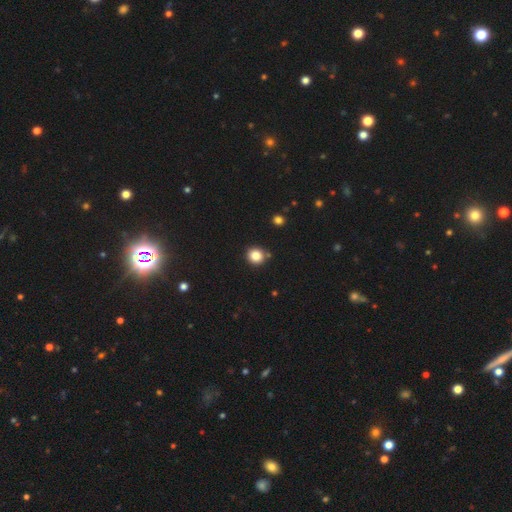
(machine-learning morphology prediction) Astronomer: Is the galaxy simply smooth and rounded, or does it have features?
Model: smooth — 84%.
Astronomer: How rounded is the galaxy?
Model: round — 90%.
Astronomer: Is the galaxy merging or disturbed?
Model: none — 86%.